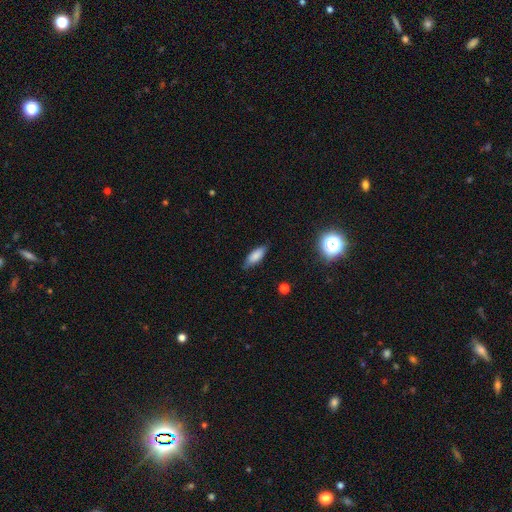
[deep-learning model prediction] This appears to be a smooth galaxy with no disk features (78%) that is in between round and cigar-shaped (73%). Merging: none (76%).